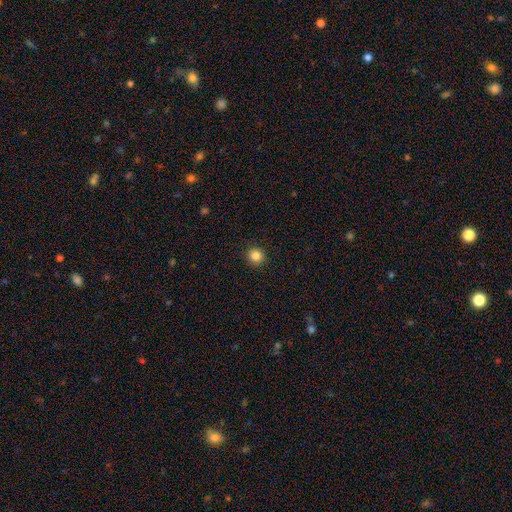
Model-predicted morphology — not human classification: A smooth galaxy with no disk features (85%) that is round (94%).

Vote fractions:
- Smooth or featured? smooth: 85% / star or artifact: 11% / featured or disk: 4%
- How rounded? round: 94% / in between: 5% / cigar-shaped: 1%
- Merging? none: 93% / minor disturbance: 5% / major disturbance: 2% / merger: 1%